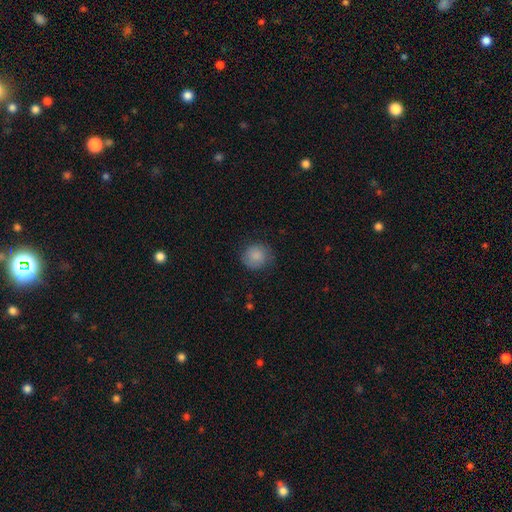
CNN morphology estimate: smooth-or-featured: smooth: 86% | star or artifact: 8% | featured or disk: 6%
  how-rounded: round: 87% | in between: 12% | cigar-shaped: 1%
  merging: none: 80% | minor disturbance: 15% | major disturbance: 4% | merger: 1%